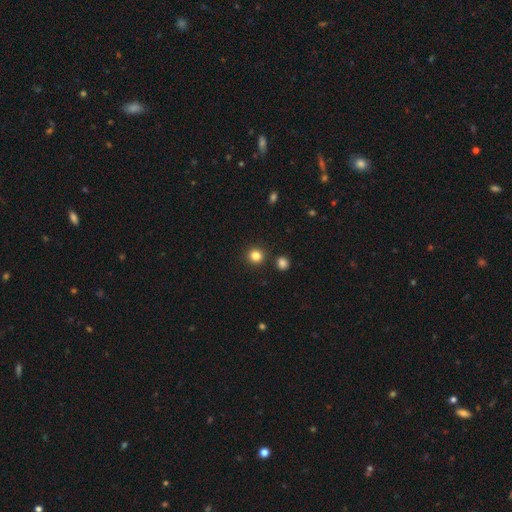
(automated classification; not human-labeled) Morphology: type=smooth (83%); roundness=round (92%); merging=none (89%).